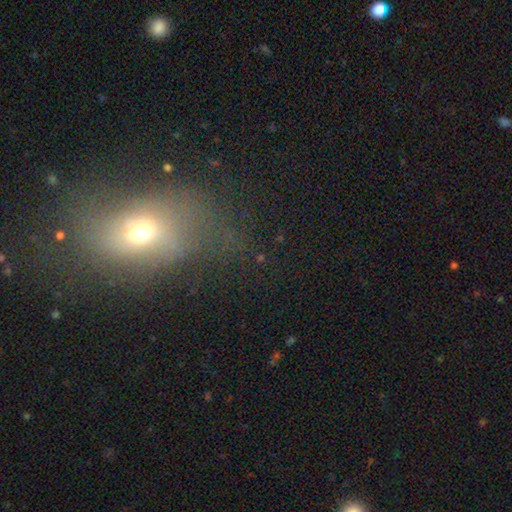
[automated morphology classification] smooth 47%, star or artifact 28%, featured or disk 25%. Down the decision tree: merging — none (50%).